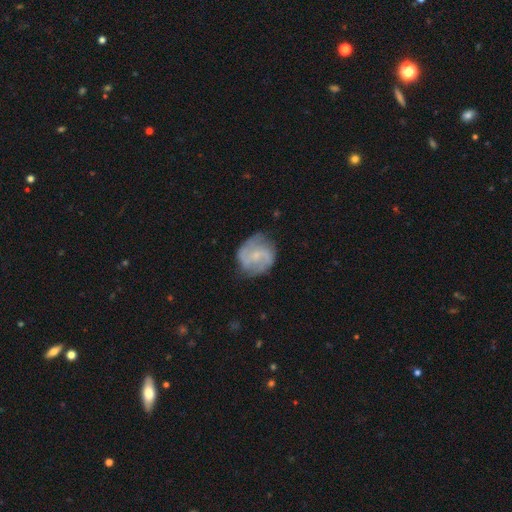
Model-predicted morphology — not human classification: smooth_or_featured: featured or disk (p=0.72) [alt: smooth p=0.22]
disk_edge_on: no (p=0.98) [alt: yes p=0.02]
bar: weak (p=0.47) [alt: no p=0.42]
has_spiral_arms: yes (p=0.90) [alt: no p=0.10]
spiral_winding: medium (p=0.48) [alt: loose p=0.28]
spiral_arm_count: 2 (p=0.75) [alt: can't tell p=0.13]
bulge_size: small (p=0.62) [alt: moderate p=0.22]
merging: none (p=0.70) [alt: minor disturbance p=0.21]